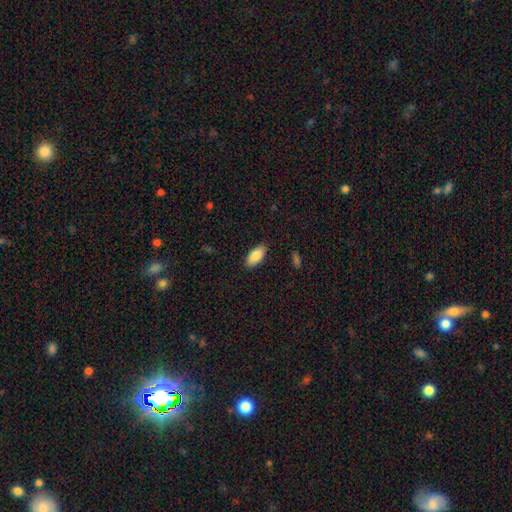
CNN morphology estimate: Smooth or featured? Predicted: smooth (p=0.88). How rounded? Predicted: in between (p=0.91). Merging? Predicted: none (p=0.87).